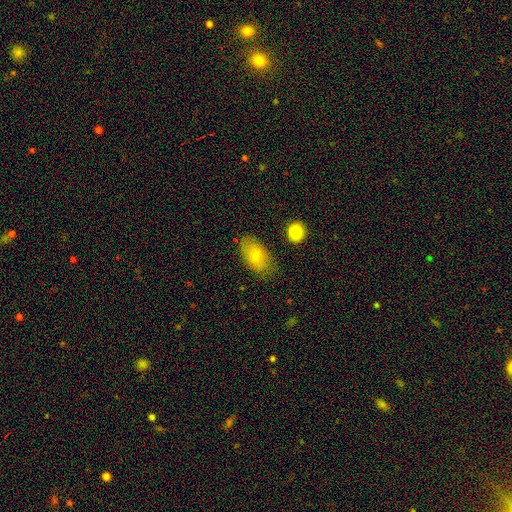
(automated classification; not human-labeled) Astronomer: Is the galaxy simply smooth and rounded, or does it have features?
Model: smooth — 73%.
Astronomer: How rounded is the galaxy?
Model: in between — 92%.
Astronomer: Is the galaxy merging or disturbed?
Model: none — 76%.